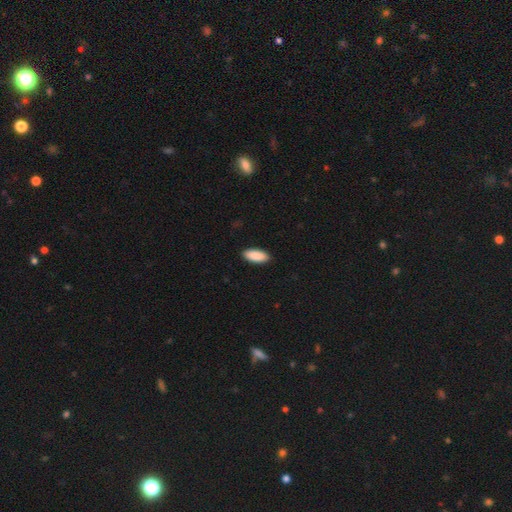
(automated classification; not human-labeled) A smooth galaxy with no disk features (91%) that is in between round and cigar-shaped (88%).

Vote fractions:
- Smooth or featured? smooth: 91% / star or artifact: 5% / featured or disk: 3%
- How rounded? in between: 88% / cigar-shaped: 10% / round: 2%
- Merging? none: 90% / minor disturbance: 7% / major disturbance: 2% / merger: 1%